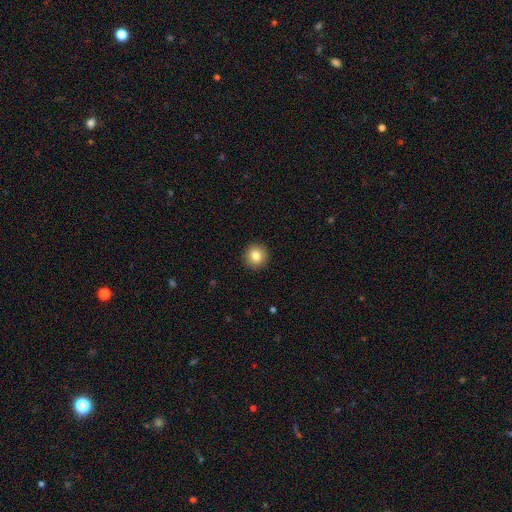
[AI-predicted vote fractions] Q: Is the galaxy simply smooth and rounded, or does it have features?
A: smooth — 83%.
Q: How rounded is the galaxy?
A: round — 94%.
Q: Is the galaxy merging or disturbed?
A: none — 93%.